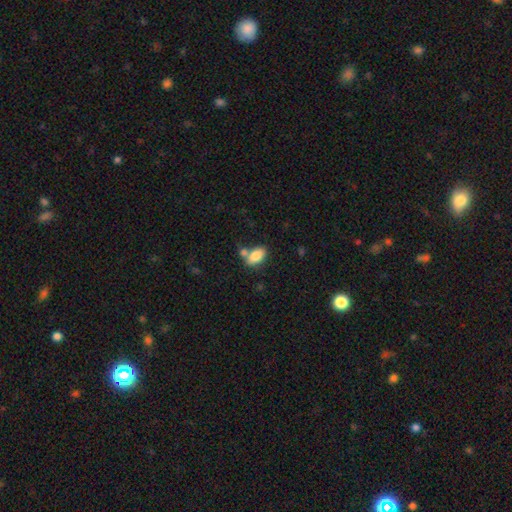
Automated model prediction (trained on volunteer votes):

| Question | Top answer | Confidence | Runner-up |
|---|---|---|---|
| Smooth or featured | smooth | 83% | featured or disk (10%) |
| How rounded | in between | 91% | round (7%) |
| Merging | none | 52% | merger (30%) |